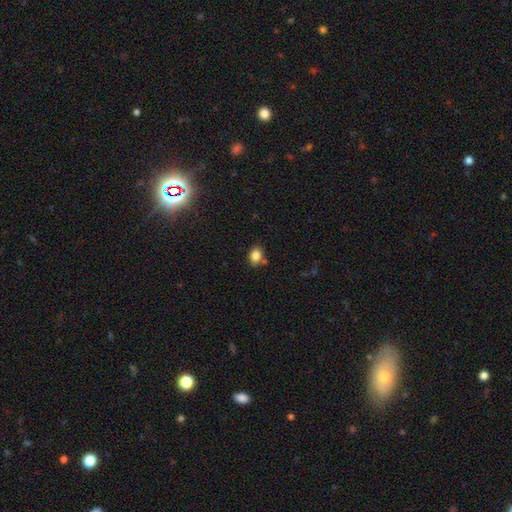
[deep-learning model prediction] Smooth or featured?
  - smooth: 83% *
  - star or artifact: 10%
  - featured or disk: 6%
How rounded?
  - in between: 66% *
  - round: 33%
  - cigar-shaped: 1%
Merging?
  - none: 72% *
  - minor disturbance: 15%
  - merger: 10%
  - major disturbance: 4%